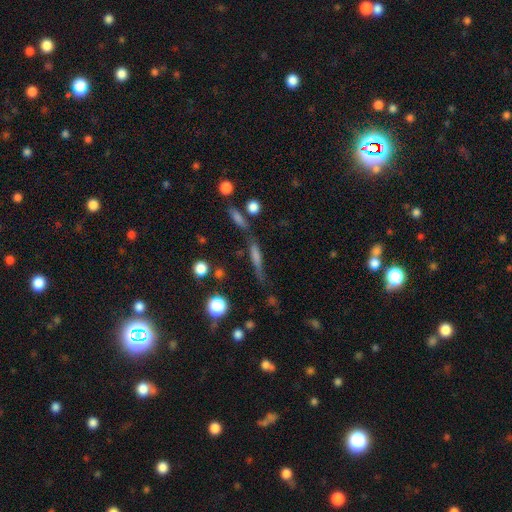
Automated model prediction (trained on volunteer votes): A featured or disk galaxy (45%).

Vote fractions:
- Smooth or featured? featured or disk: 45% / smooth: 41% / star or artifact: 14%
- Merging? none: 66% / minor disturbance: 17% / merger: 9% / major disturbance: 7%